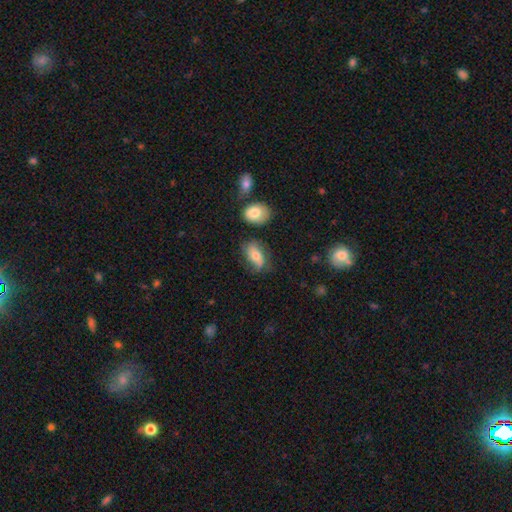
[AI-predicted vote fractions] Smooth or featured? smooth (58%)
How rounded? in between (86%)
Merging? none (57%)